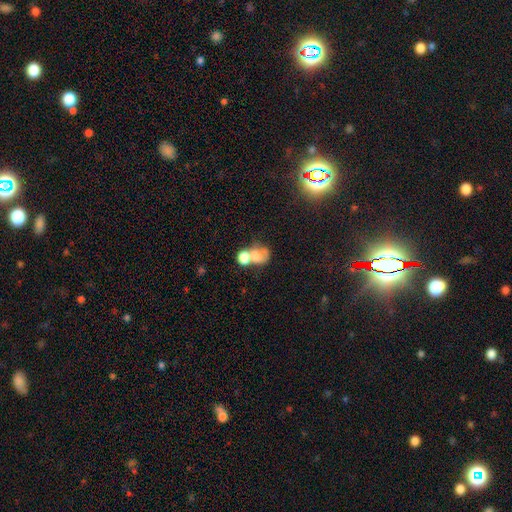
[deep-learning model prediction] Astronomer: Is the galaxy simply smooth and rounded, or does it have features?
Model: smooth — 63%.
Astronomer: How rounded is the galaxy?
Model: in between — 53% (runner-up: round, 46%).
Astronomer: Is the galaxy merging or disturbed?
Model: merger — 60%.